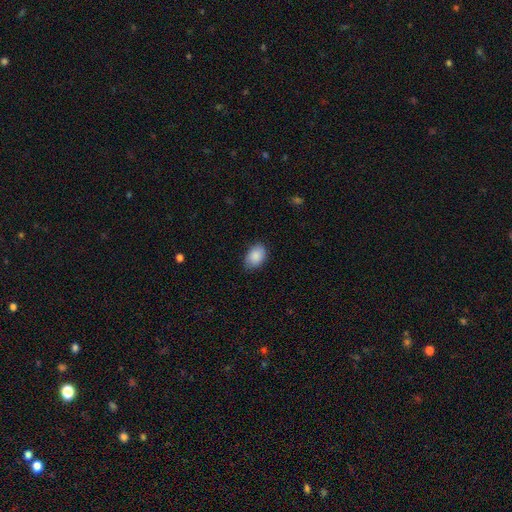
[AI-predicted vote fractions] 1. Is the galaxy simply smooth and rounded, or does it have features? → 89% smooth, 6% star or artifact, 5% featured or disk.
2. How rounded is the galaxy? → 88% in between, 11% round, 1% cigar-shaped.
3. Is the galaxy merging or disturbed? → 81% none, 16% minor disturbance, 3% major disturbance, 1% merger.